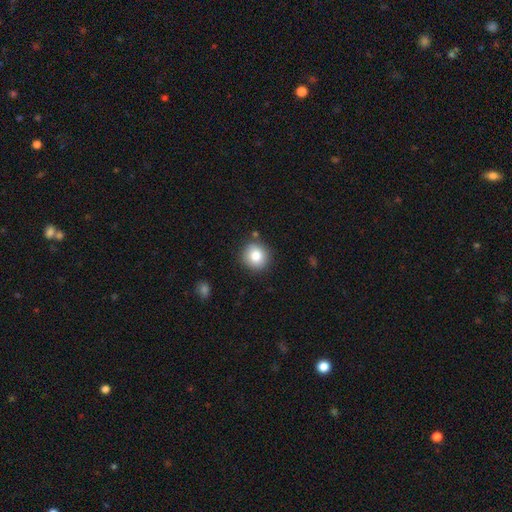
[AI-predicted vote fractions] Morphology: type=smooth (83%); roundness=round (89%); merging=none (87%).